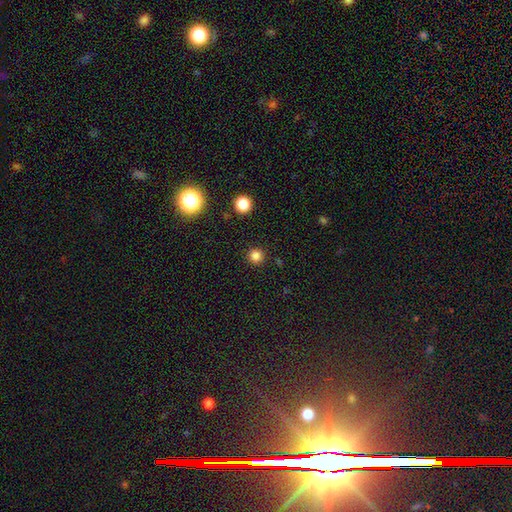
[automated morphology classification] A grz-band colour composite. It shows a smooth galaxy with no disk features (82%) that is round (95%). Merging: none (92%).